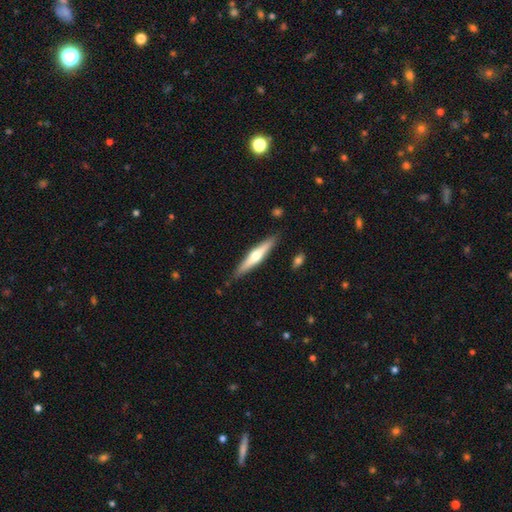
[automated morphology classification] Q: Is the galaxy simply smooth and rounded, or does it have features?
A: featured or disk — 56%.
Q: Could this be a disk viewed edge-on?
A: yes — 95%.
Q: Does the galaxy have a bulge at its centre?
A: rounded — 90%.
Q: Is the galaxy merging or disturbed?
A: none — 88%.